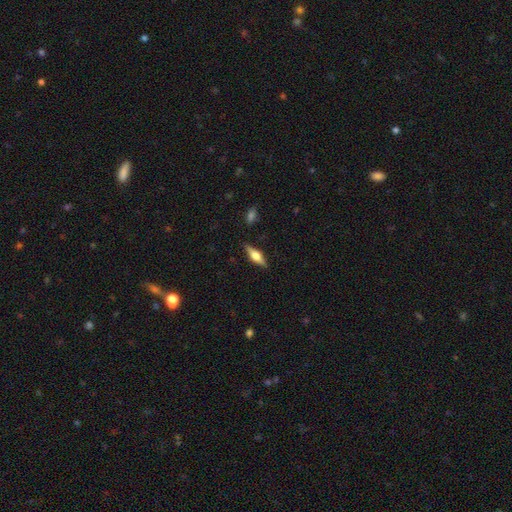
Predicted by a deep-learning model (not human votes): A featured or disk galaxy (61%) viewed edge-on (96%) with a rounded central bulge (91%). Merging: none (88%).